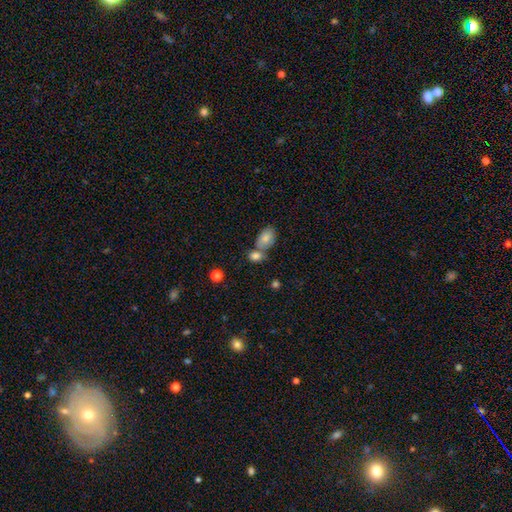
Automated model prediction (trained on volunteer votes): smooth_or_featured: smooth (p=0.82) [alt: star or artifact p=0.10]
how_rounded: in between (p=0.69) [alt: round p=0.28]
merging: merger (p=0.46) [alt: none p=0.41]